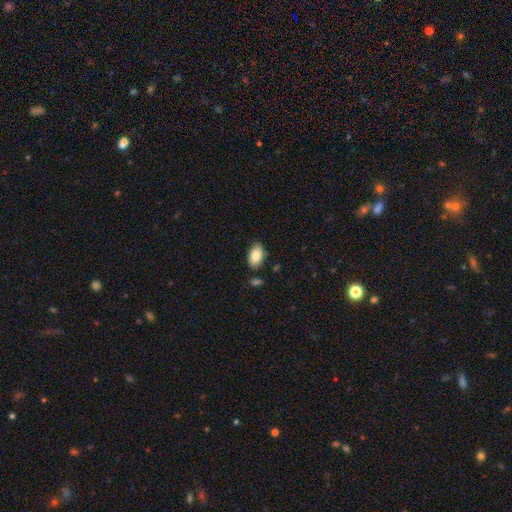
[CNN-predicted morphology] smooth-or-featured: smooth: 85% | featured or disk: 8% | star or artifact: 7%
  how-rounded: in between: 92% | round: 7% | cigar-shaped: 1%
  merging: none: 80% | minor disturbance: 14% | merger: 4% | major disturbance: 3%